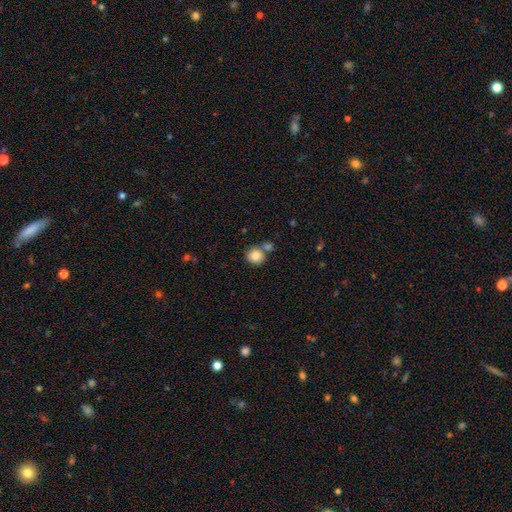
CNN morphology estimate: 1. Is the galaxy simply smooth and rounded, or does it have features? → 84% smooth, 9% star or artifact, 7% featured or disk.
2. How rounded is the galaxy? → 87% round, 12% in between, 1% cigar-shaped.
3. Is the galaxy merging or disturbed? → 63% none, 24% merger, 10% minor disturbance, 3% major disturbance.